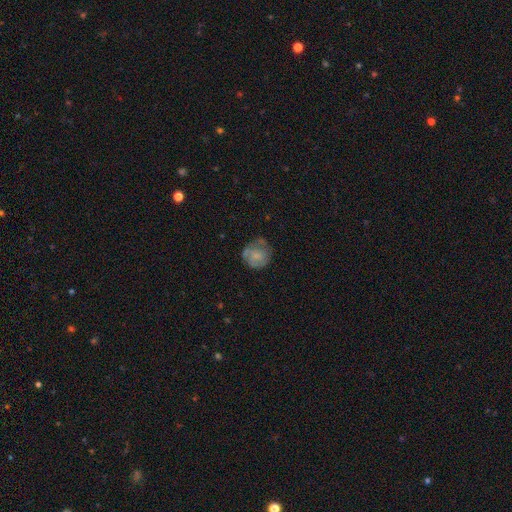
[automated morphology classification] smooth 54%, featured or disk 37%, star or artifact 8%. Down the decision tree: how rounded — round (84%); merging — none (57%).